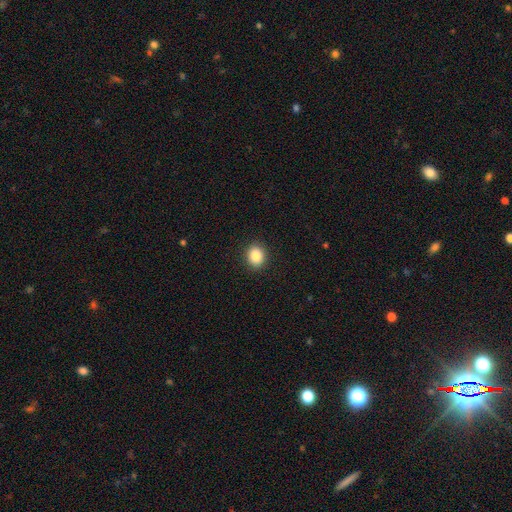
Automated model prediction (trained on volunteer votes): A smooth galaxy with no disk features (87%) that is round (60%).

Vote fractions:
- Smooth or featured? smooth: 87% / star or artifact: 9% / featured or disk: 4%
- How rounded? round: 60% / in between: 39% / cigar-shaped: 1%
- Merging? none: 91% / minor disturbance: 6% / major disturbance: 2% / merger: 1%